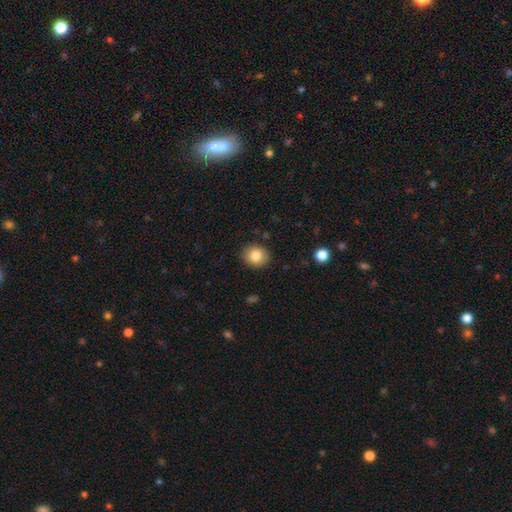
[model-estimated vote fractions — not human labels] Morphology: type=smooth (83%); roundness=round (61%); merging=none (88%).